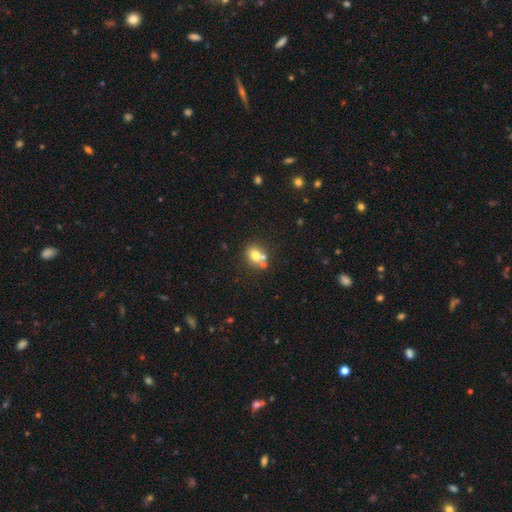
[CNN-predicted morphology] This appears to be a smooth galaxy with no disk features (73%) that is round (58%). Merging: none (55%).